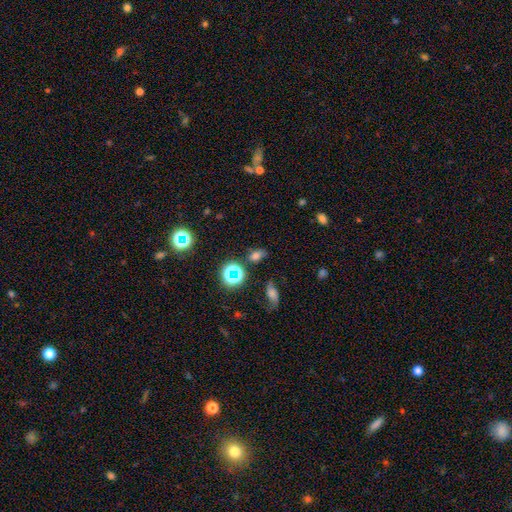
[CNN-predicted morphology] This appears to be a smooth galaxy with no disk features (60%) that is in between round and cigar-shaped (69%). Merging: none (69%).